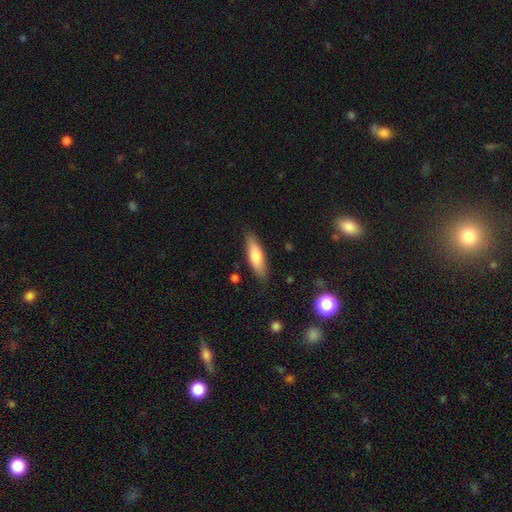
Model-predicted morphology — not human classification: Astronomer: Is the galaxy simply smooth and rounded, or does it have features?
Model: smooth — 69%.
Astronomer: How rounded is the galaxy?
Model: cigar-shaped — 54% (runner-up: in between, 44%).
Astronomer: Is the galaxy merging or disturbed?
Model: none — 84%.